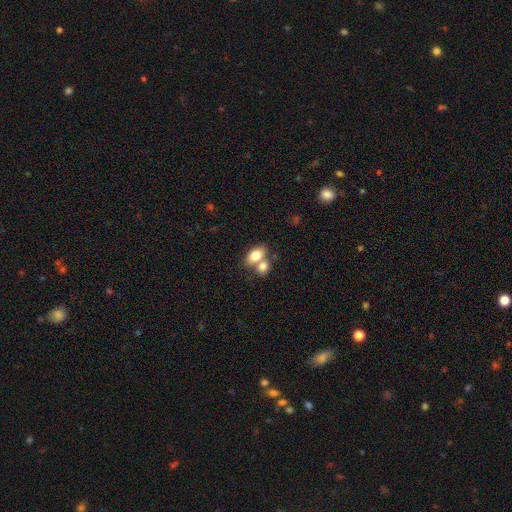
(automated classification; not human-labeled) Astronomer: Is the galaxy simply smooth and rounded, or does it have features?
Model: smooth — 79%.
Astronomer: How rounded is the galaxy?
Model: in between — 83%.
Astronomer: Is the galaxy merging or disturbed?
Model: merger — 53% (runner-up: none, 35%).